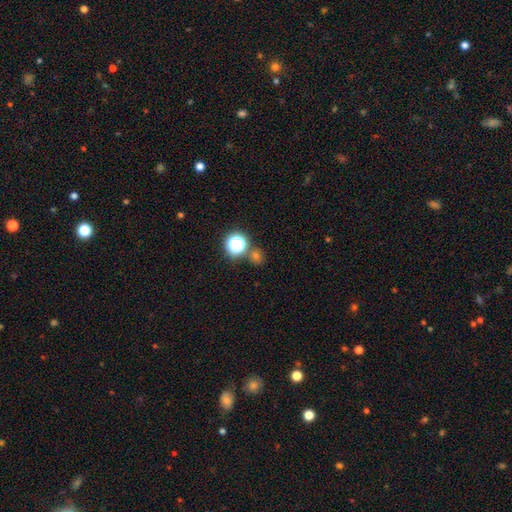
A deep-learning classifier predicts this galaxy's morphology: Overall: smooth (49%; star or artifact 44%). Merging: none (75%).